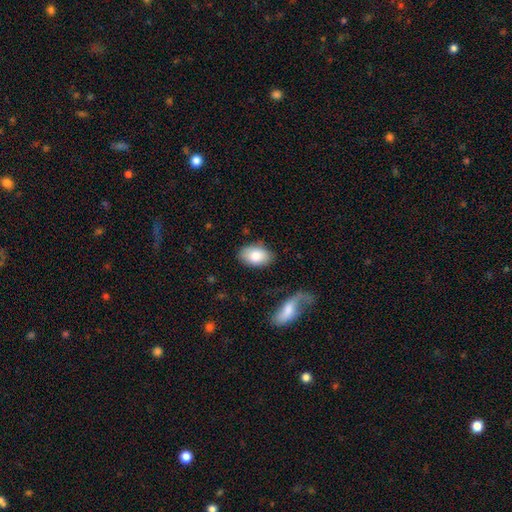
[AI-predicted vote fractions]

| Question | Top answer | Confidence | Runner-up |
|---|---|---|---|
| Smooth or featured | smooth | 81% | featured or disk (12%) |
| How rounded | in between | 90% | round (9%) |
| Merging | none | 81% | minor disturbance (13%) |